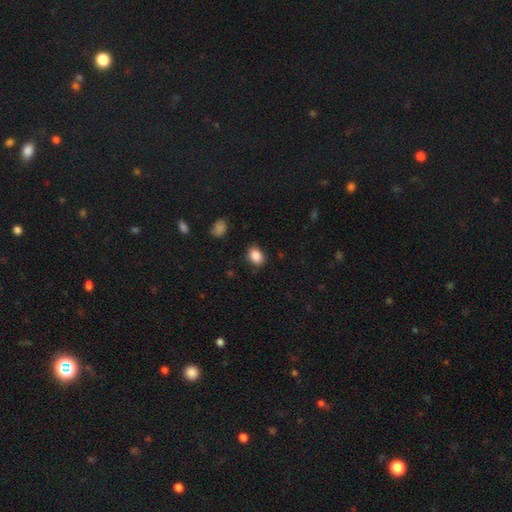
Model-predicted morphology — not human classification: Q: Smooth or featured?
A: smooth (87%); runner-up: star or artifact (9%)
Q: How rounded?
A: in between (67%); runner-up: round (32%)
Q: Merging?
A: none (82%); runner-up: minor disturbance (14%)